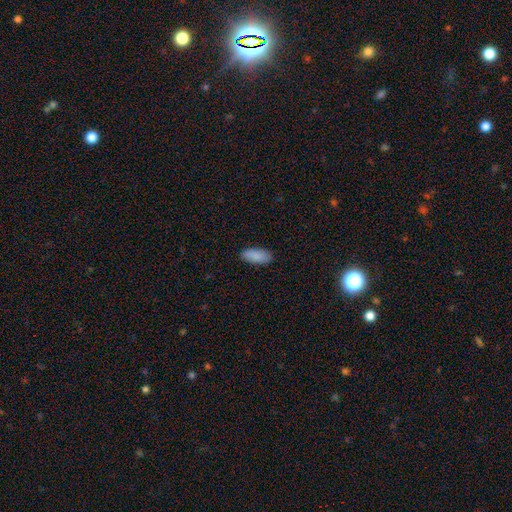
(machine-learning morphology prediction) smooth-or-featured: smooth: 89% | star or artifact: 6% | featured or disk: 5%
  how-rounded: in between: 85% | cigar-shaped: 13% | round: 2%
  merging: none: 86% | minor disturbance: 11% | major disturbance: 2% | merger: 1%